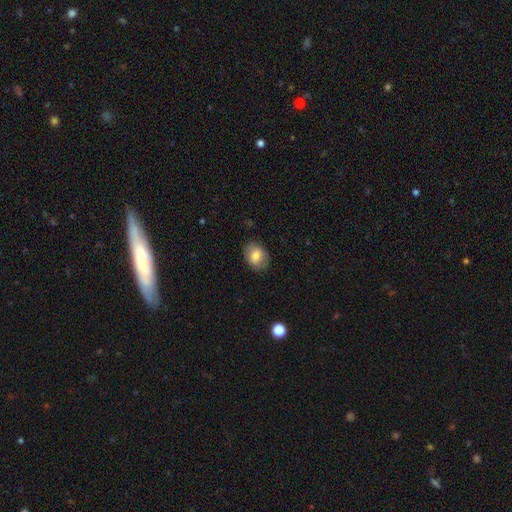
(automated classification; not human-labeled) A smooth galaxy with no disk features (79%) that is in between round and cigar-shaped (64%). Merging: none (82%).